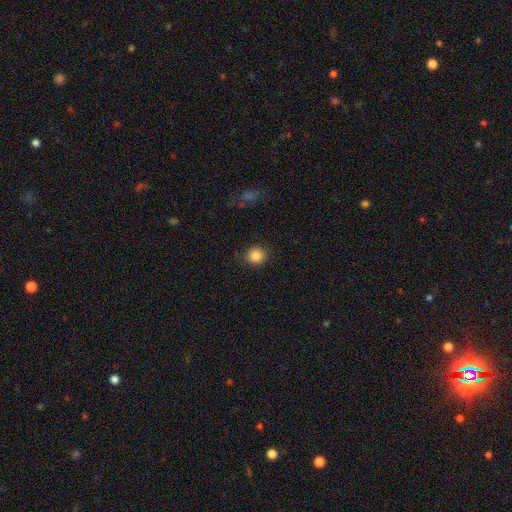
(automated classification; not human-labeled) Q: Smooth or featured?
A: smooth (85%); runner-up: star or artifact (10%)
Q: How rounded?
A: round (87%); runner-up: in between (12%)
Q: Merging?
A: none (88%); runner-up: minor disturbance (8%)